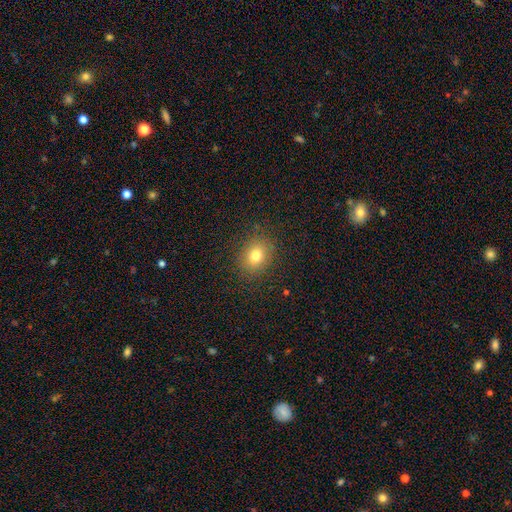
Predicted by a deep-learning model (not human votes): This is likely a smooth galaxy (78%). How rounded: possibly round (54%). Merging: clearly none (87%).